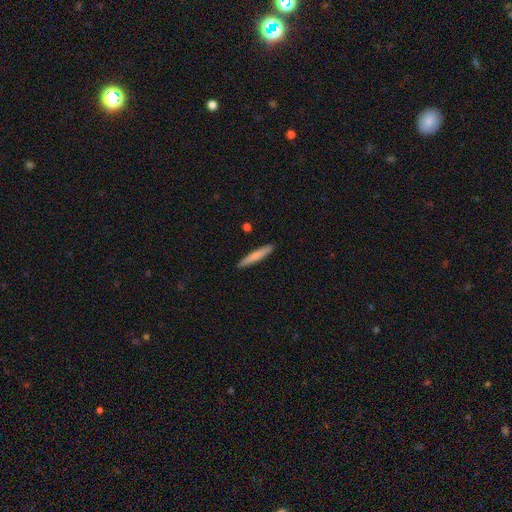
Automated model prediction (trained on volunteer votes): A smooth galaxy with no disk features (72%) that is cigar-shaped (95%). Merging: none (91%).